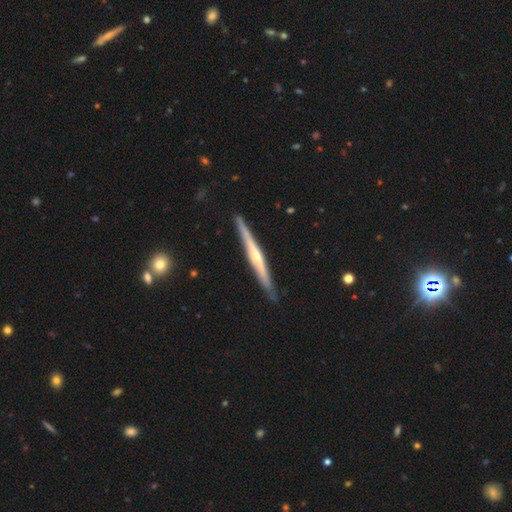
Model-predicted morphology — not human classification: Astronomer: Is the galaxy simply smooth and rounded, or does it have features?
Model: featured or disk — 77%.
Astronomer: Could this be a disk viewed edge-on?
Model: yes — 98%.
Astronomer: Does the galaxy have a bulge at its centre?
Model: rounded — 71%.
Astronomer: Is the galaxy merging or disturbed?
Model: none — 90%.